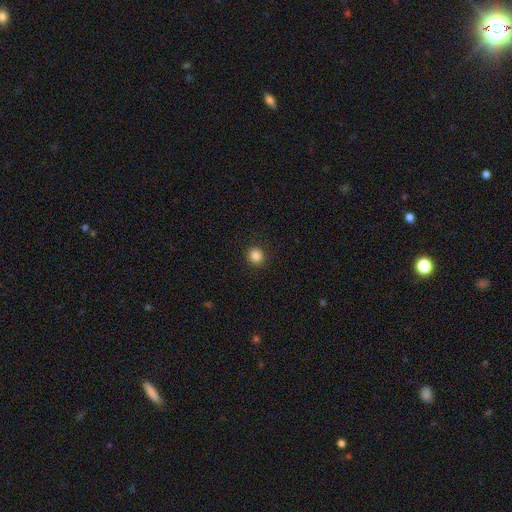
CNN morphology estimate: A smooth galaxy with no disk features (86%) that is round (89%). Merging: none (92%).